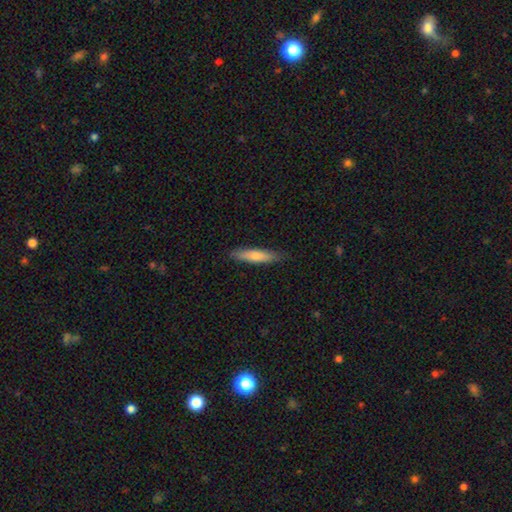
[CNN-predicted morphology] A smooth galaxy with no disk features (64%) that is cigar-shaped (87%).

Vote fractions:
- Smooth or featured? smooth: 64% / featured or disk: 30% / star or artifact: 6%
- How rounded? cigar-shaped: 87% / in between: 11% / round: 1%
- Merging? none: 88% / minor disturbance: 9% / major disturbance: 2% / merger: 1%